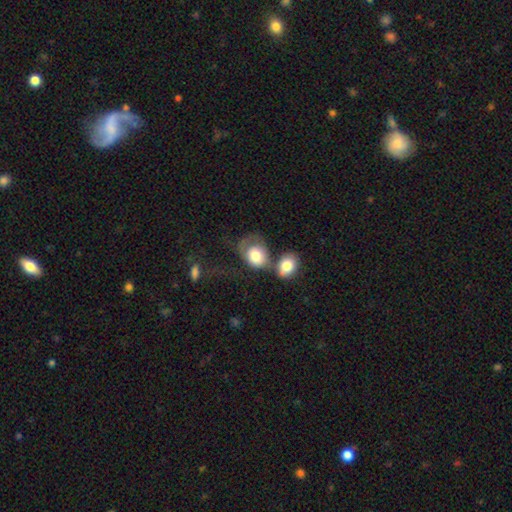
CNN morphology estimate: Smooth or featured? smooth (72%)
How rounded? in between (51%)
Merging? merger (39%)